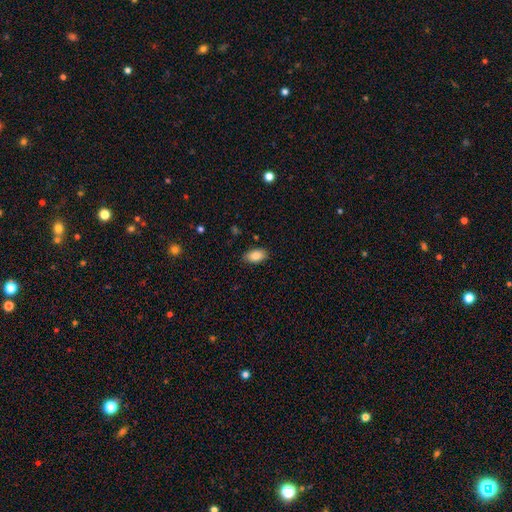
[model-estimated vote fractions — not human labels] Smooth or featured?
  - smooth: 86% *
  - star or artifact: 8%
  - featured or disk: 7%
How rounded?
  - in between: 92% *
  - round: 6%
  - cigar-shaped: 2%
Merging?
  - none: 87% *
  - minor disturbance: 10%
  - major disturbance: 2%
  - merger: 1%